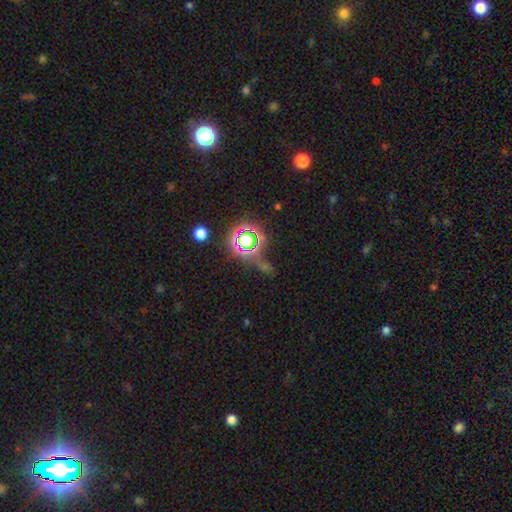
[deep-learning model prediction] Morphology: type=star or artifact (77%).